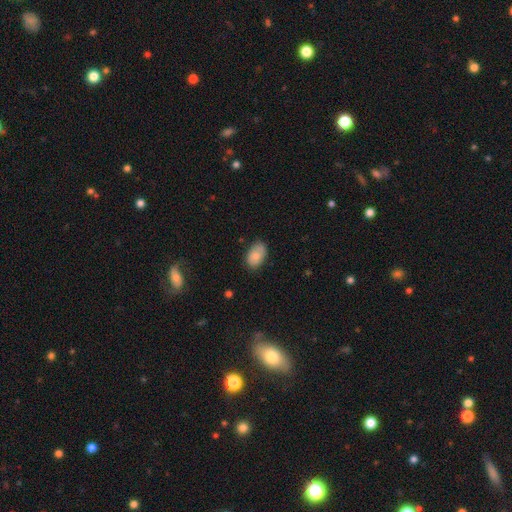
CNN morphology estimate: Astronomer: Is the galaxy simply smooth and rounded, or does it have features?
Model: smooth — 82%.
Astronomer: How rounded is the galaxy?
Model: in between — 90%.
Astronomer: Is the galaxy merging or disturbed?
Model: none — 72%.